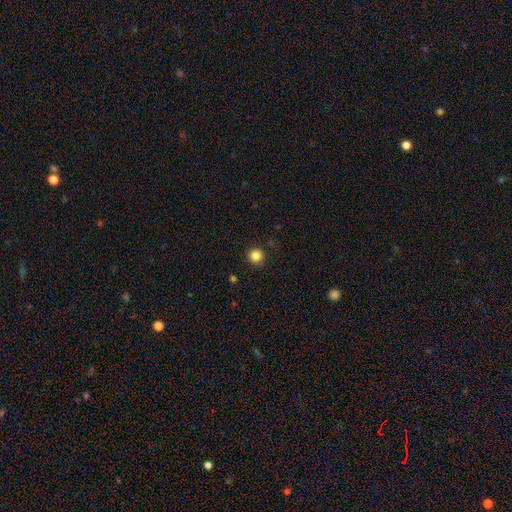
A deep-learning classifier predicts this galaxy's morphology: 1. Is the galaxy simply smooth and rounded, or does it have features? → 85% smooth, 11% star or artifact, 4% featured or disk.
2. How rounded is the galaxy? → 95% round, 4% in between, 1% cigar-shaped.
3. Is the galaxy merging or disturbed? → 91% none, 6% minor disturbance, 2% major disturbance, 1% merger.